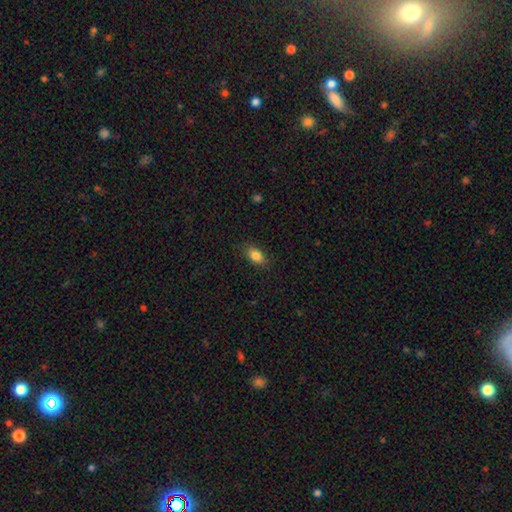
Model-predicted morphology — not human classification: Smooth or featured?
  - smooth: 85% *
  - star or artifact: 8%
  - featured or disk: 7%
How rounded?
  - in between: 88% *
  - round: 9%
  - cigar-shaped: 4%
Merging?
  - none: 85% *
  - minor disturbance: 11%
  - major disturbance: 3%
  - merger: 1%